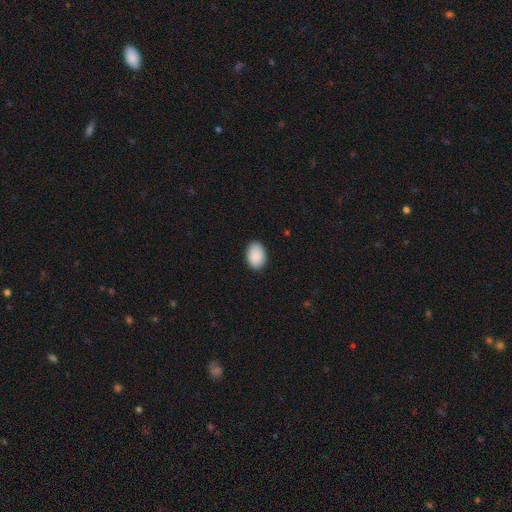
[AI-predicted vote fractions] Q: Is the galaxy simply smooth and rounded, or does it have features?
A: smooth — 90%.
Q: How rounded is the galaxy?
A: in between — 88%.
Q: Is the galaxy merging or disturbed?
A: none — 87%.